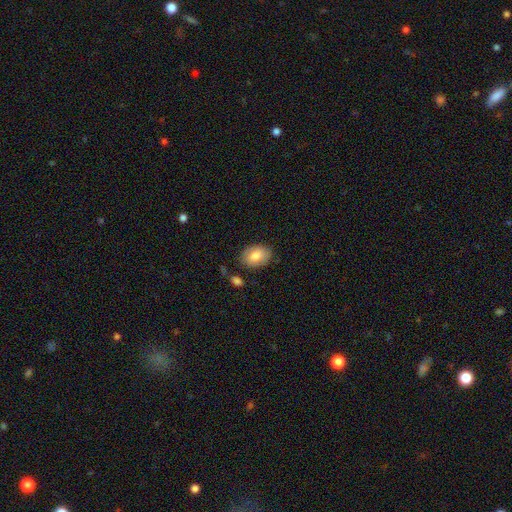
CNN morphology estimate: Q: Smooth or featured?
A: smooth (82%); runner-up: featured or disk (12%)
Q: How rounded?
A: in between (84%); runner-up: round (14%)
Q: Merging?
A: none (81%); runner-up: minor disturbance (13%)